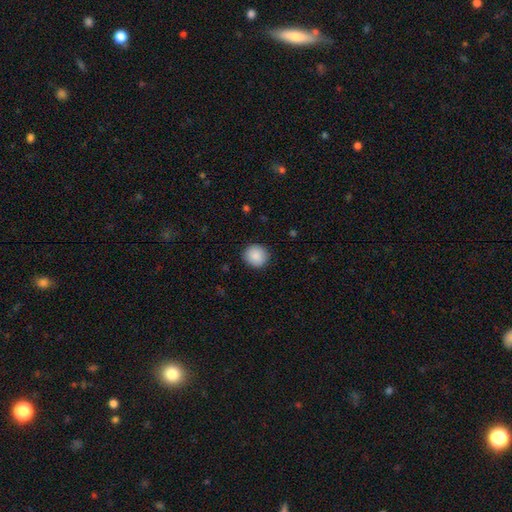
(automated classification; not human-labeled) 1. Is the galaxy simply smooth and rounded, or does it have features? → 89% smooth, 8% star or artifact, 3% featured or disk.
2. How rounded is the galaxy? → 92% round, 7% in between, 1% cigar-shaped.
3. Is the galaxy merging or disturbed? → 91% none, 7% minor disturbance, 2% major disturbance, 1% merger.